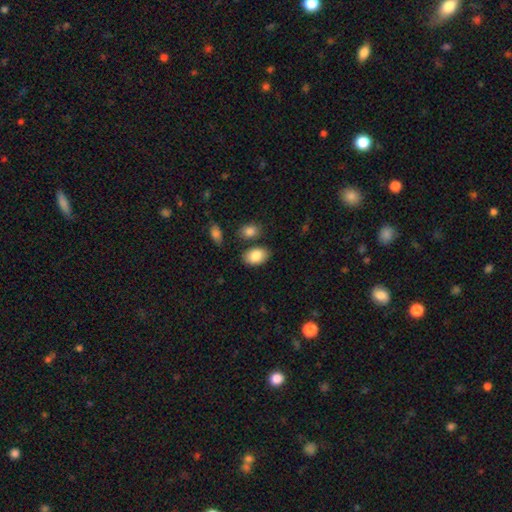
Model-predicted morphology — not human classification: Smooth or featured? smooth (86%)
How rounded? in between (90%)
Merging? none (77%)